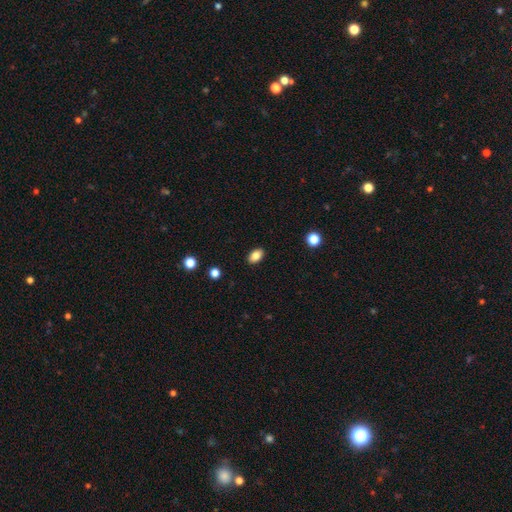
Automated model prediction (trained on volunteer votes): A smooth galaxy with no disk features (85%) that is in between round and cigar-shaped (87%).

Vote fractions:
- Smooth or featured? smooth: 85% / star or artifact: 9% / featured or disk: 6%
- How rounded? in between: 87% / round: 12% / cigar-shaped: 1%
- Merging? none: 89% / minor disturbance: 8% / major disturbance: 2% / merger: 1%